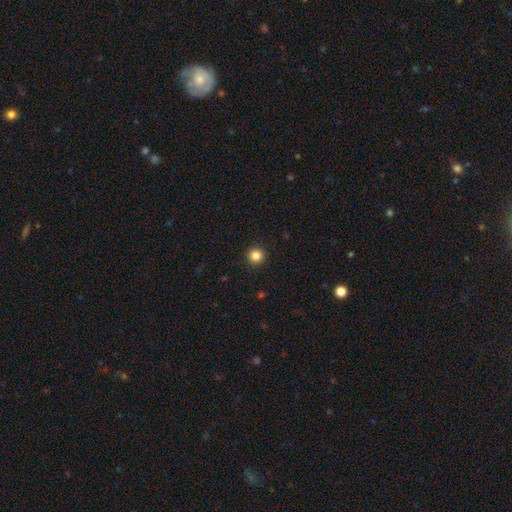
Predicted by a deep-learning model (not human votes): This appears to be a smooth galaxy with no disk features (85%) that is round (95%). Merging: none (93%).